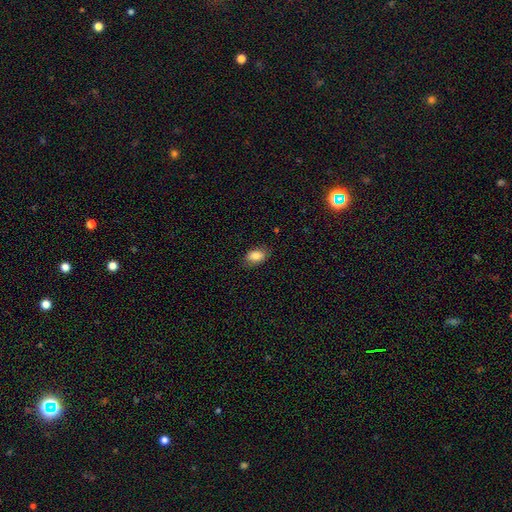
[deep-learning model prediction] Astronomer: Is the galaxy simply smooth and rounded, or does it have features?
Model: smooth — 84%.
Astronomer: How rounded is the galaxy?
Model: in between — 89%.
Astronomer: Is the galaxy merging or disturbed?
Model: none — 81%.